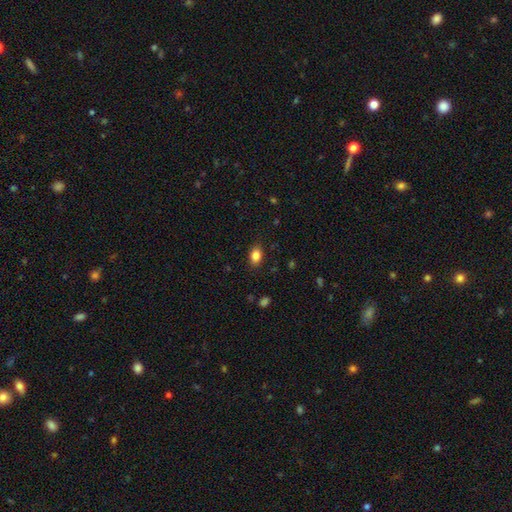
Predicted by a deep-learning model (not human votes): This is clearly a smooth galaxy (83%). How rounded: clearly in between (83%). Merging: clearly none (87%).